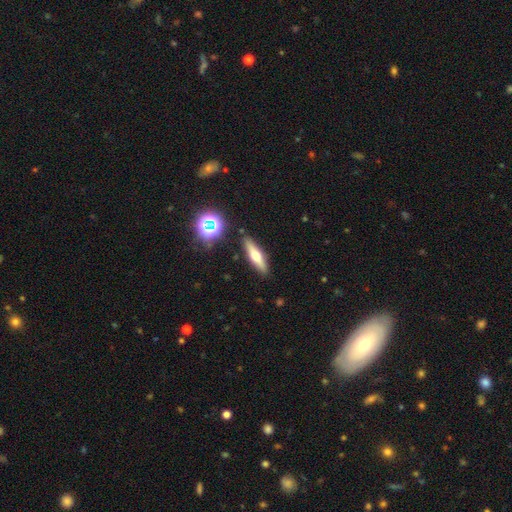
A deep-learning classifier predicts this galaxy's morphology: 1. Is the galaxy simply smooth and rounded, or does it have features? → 47% featured or disk, 44% smooth, 10% star or artifact.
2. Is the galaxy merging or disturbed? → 87% none, 8% minor disturbance, 3% merger, 2% major disturbance.